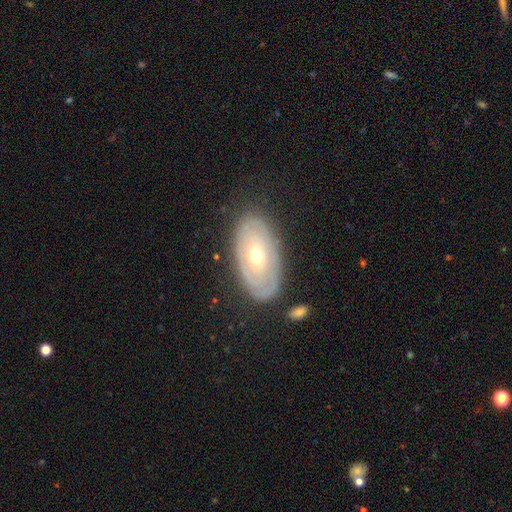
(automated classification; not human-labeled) Smooth or featured? Predicted: featured or disk (p=0.68). Edge-on disk? Predicted: no (p=0.90). Bar? Predicted: no (p=0.81). Spiral arms? Predicted: yes (p=0.51). Bulge size? Predicted: moderate (p=0.64). Merging? Predicted: none (p=0.79).